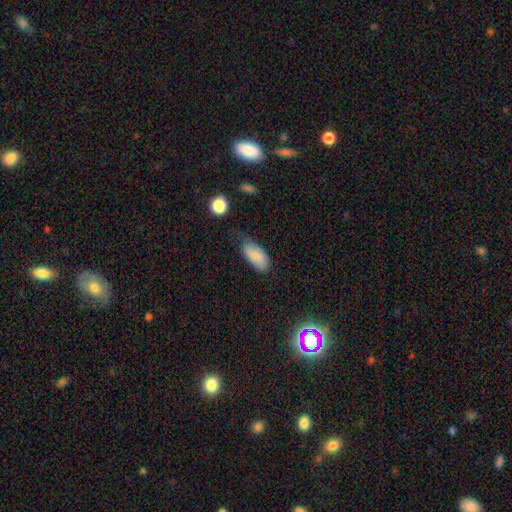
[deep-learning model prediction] Overall: smooth (82%). How rounded: in between (91%). Merging: none (51%; minor disturbance 35%).